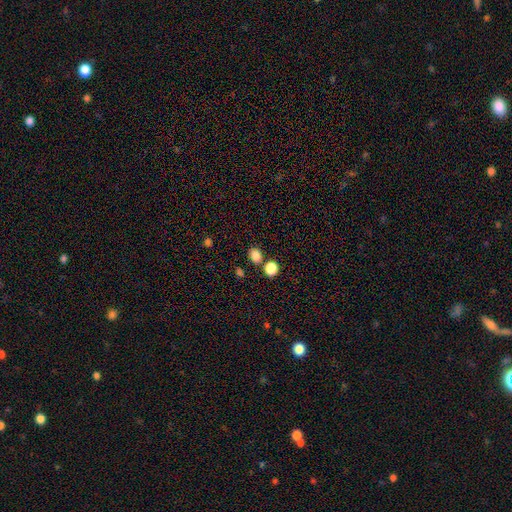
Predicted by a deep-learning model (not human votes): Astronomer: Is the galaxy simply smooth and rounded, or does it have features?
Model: smooth — 84%.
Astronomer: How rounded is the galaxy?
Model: round — 57% (runner-up: in between, 42%).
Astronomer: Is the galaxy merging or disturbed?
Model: none — 75%.